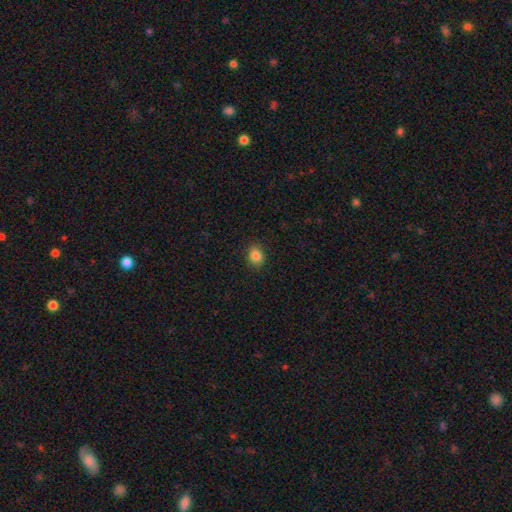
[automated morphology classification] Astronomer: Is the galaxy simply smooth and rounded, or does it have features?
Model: smooth — 85%.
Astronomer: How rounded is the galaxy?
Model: round — 53% (runner-up: in between, 46%).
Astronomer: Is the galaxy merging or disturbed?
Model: none — 90%.